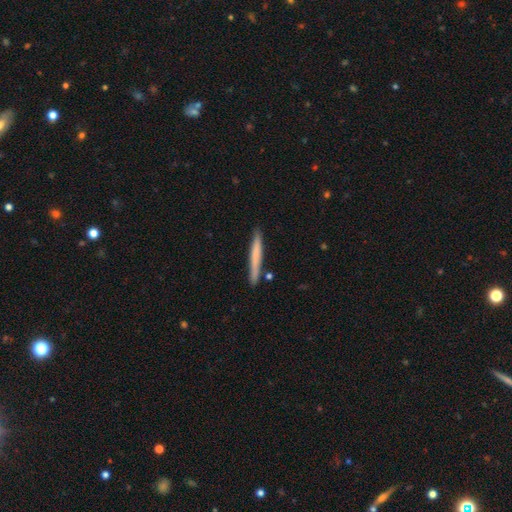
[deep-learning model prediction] A smooth galaxy with no disk features (66%) that is cigar-shaped (96%).

Vote fractions:
- Smooth or featured? smooth: 66% / featured or disk: 29% / star or artifact: 6%
- How rounded? cigar-shaped: 96% / in between: 2% / round: 1%
- Merging? none: 87% / minor disturbance: 9% / merger: 3% / major disturbance: 2%